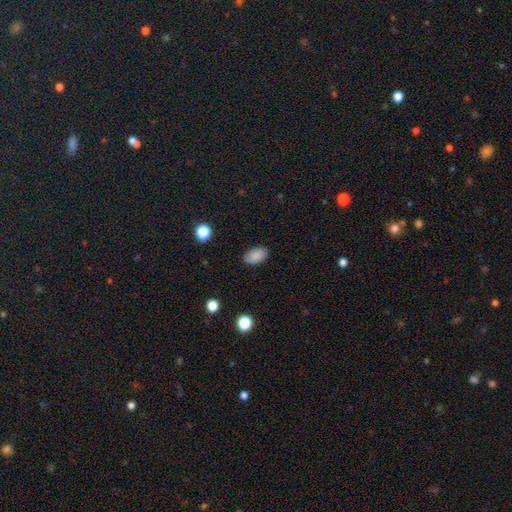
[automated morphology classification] Q: Smooth or featured?
A: smooth (87%); runner-up: star or artifact (8%)
Q: How rounded?
A: in between (93%); runner-up: round (6%)
Q: Merging?
A: none (87%); runner-up: minor disturbance (10%)